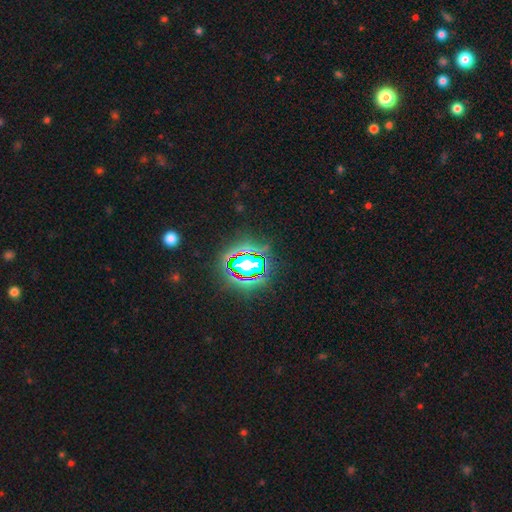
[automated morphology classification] smooth_or_featured: star or artifact (p=0.82) [alt: smooth p=0.10]